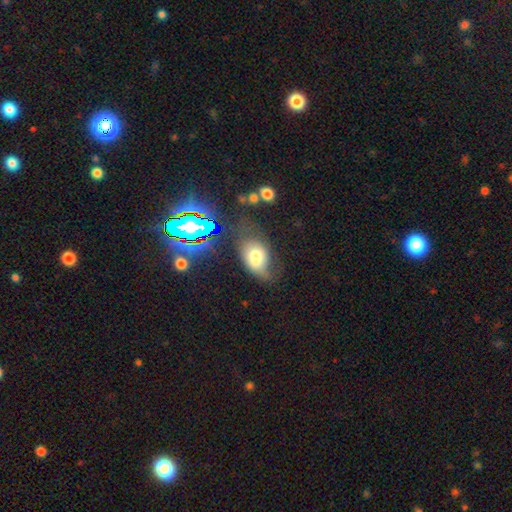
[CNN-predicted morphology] Overall: smooth (66%). How rounded: in between (82%). Merging: none (39%; minor disturbance 34%).